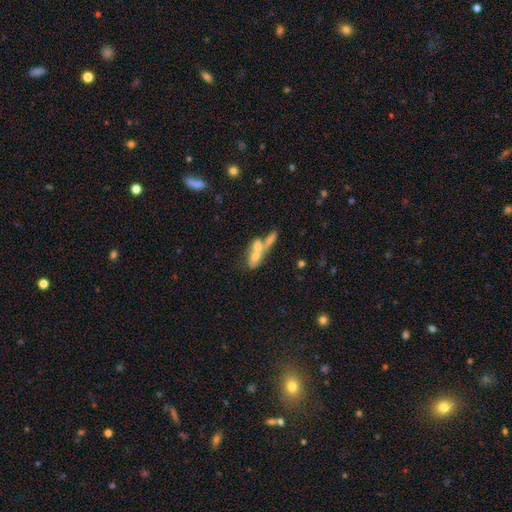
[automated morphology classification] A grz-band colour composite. It shows a smooth galaxy with no disk features (46%). Merging: merger (62%).